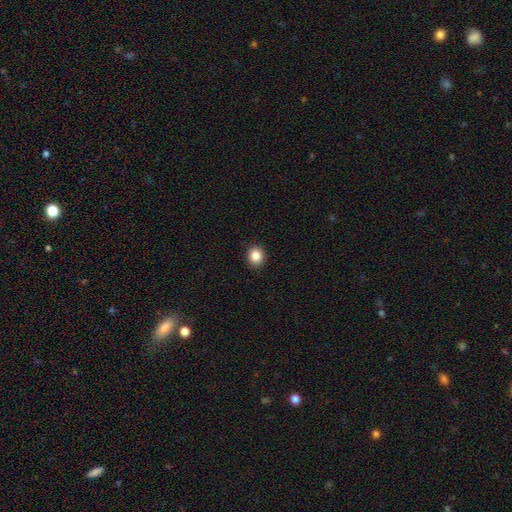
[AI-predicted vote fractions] The model was most divided on "how rounded": round: 73%, in between: 26%, cigar-shaped: 1%. More confident: merging — none (91%); smooth or featured — smooth (87%).